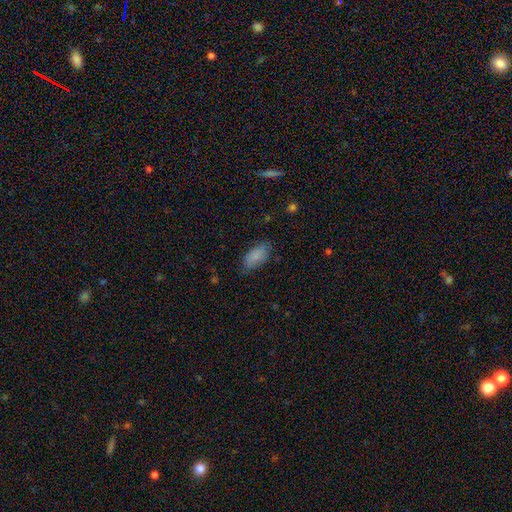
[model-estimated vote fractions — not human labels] Overall: smooth (85%). How rounded: in between (92%). Merging: none (72%).